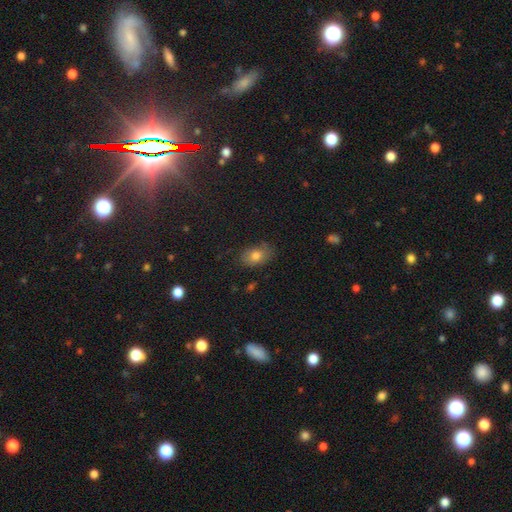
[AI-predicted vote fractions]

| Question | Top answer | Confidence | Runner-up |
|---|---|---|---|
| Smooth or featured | smooth | 78% | featured or disk (12%) |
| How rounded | in between | 84% | round (14%) |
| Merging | none | 74% | minor disturbance (20%) |